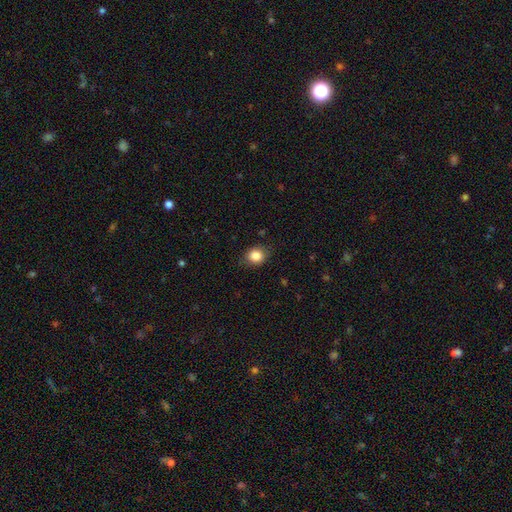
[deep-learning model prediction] Smooth or featured? Predicted: smooth (p=0.84). How rounded? Predicted: round (p=0.65). Merging? Predicted: none (p=0.78).